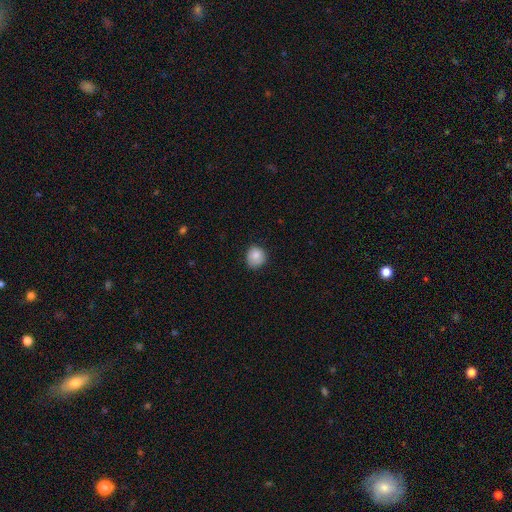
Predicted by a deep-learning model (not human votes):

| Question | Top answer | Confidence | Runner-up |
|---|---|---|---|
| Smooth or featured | smooth | 84% | star or artifact (9%) |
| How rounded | round | 81% | in between (18%) |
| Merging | none | 71% | minor disturbance (24%) |